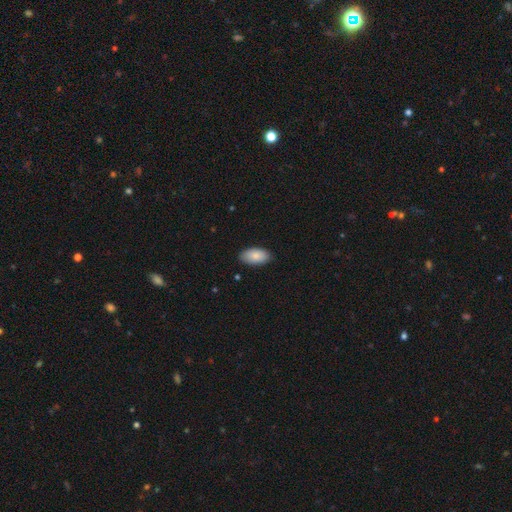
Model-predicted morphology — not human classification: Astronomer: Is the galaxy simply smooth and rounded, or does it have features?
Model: smooth — 86%.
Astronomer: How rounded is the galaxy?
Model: in between — 95%.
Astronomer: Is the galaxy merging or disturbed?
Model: none — 87%.